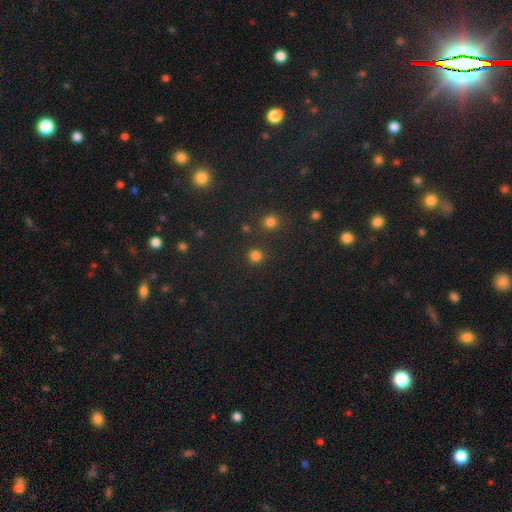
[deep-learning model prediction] Morphology: type=smooth (79%); roundness=round (92%); merging=none (86%).